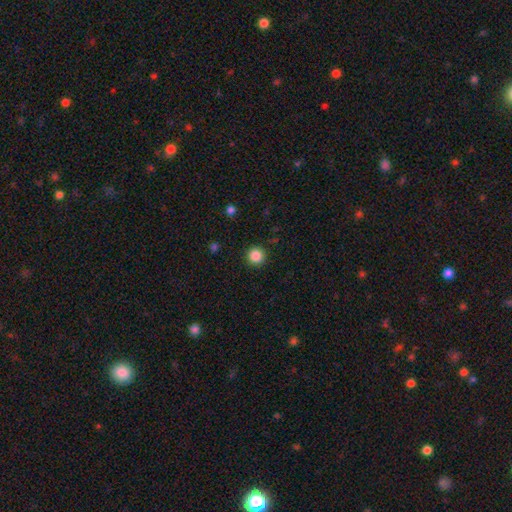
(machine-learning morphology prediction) Smooth or featured?
  - smooth: 86% *
  - star or artifact: 10%
  - featured or disk: 3%
How rounded?
  - round: 96% *
  - in between: 3%
  - cigar-shaped: 1%
Merging?
  - none: 91% *
  - minor disturbance: 6%
  - major disturbance: 2%
  - merger: 1%